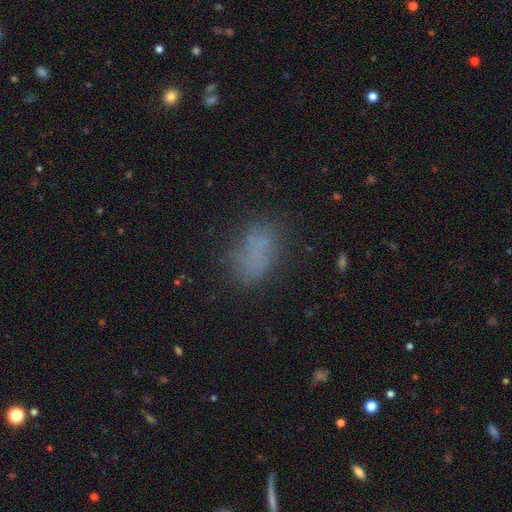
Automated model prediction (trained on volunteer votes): Smooth or featured: smooth — 74% (star or artifact — 17%)
How rounded: in between — 88% (round — 9%)
Merging: none — 75% (minor disturbance — 16%)